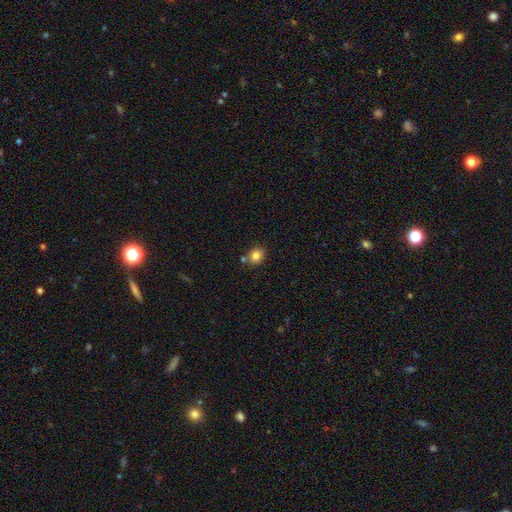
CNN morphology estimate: A smooth galaxy with no disk features (82%) that is round (72%).

Vote fractions:
- Smooth or featured? smooth: 82% / star or artifact: 11% / featured or disk: 7%
- How rounded? round: 72% / in between: 27% / cigar-shaped: 1%
- Merging? none: 77% / minor disturbance: 11% / merger: 10% / major disturbance: 2%